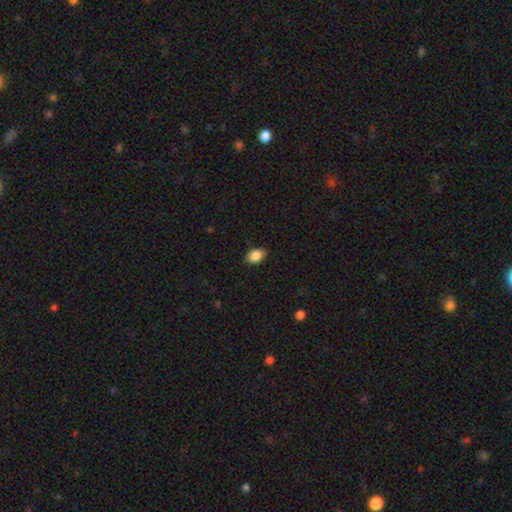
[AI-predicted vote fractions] Smooth or featured: smooth — 88% (star or artifact — 8%)
How rounded: in between — 84% (round — 15%)
Merging: none — 86% (minor disturbance — 10%)